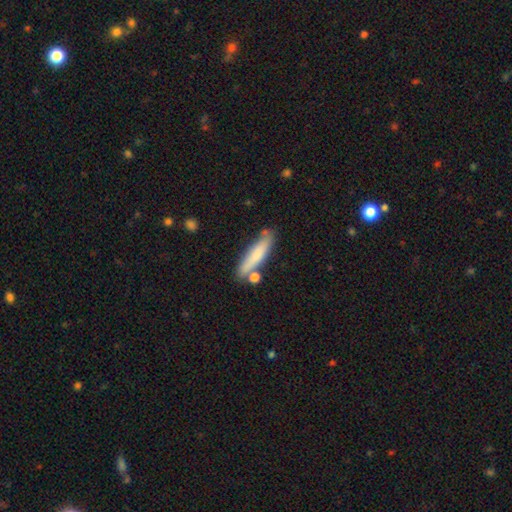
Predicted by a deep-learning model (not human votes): A smooth galaxy with no disk features (75%) that is cigar-shaped (80%).

Vote fractions:
- Smooth or featured? smooth: 75% / featured or disk: 19% / star or artifact: 6%
- How rounded? cigar-shaped: 80% / in between: 18% / round: 2%
- Merging? none: 71% / minor disturbance: 15% / merger: 10% / major disturbance: 4%